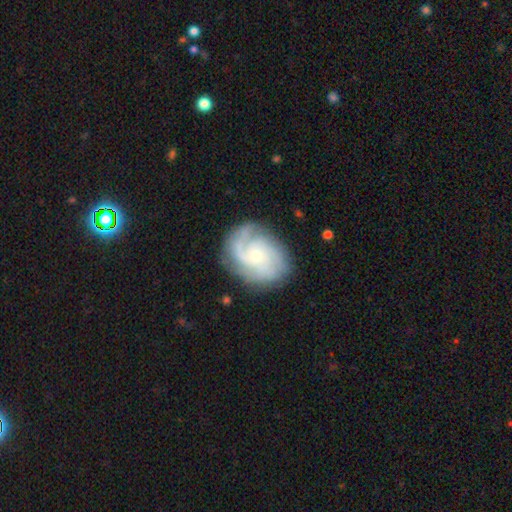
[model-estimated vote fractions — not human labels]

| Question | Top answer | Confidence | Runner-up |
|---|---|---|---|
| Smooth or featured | featured or disk | 84% | smooth (11%) |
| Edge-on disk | no | 98% | yes (2%) |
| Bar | no | 72% | weak (25%) |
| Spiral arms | yes | 97% | no (3%) |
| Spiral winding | tight | 51% | medium (38%) |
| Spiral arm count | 3 | 33% | 2 (24%) |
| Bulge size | small | 68% | moderate (27%) |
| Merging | none | 75% | minor disturbance (17%) |